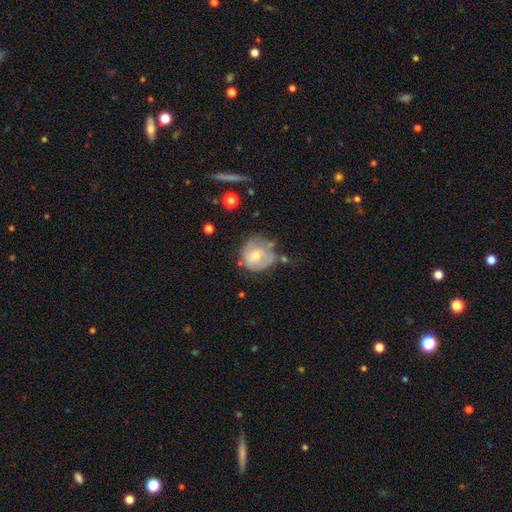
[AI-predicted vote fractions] Smooth or featured? Predicted: smooth (p=0.51). How rounded? Predicted: round (p=0.85). Merging? Predicted: none (p=0.50).